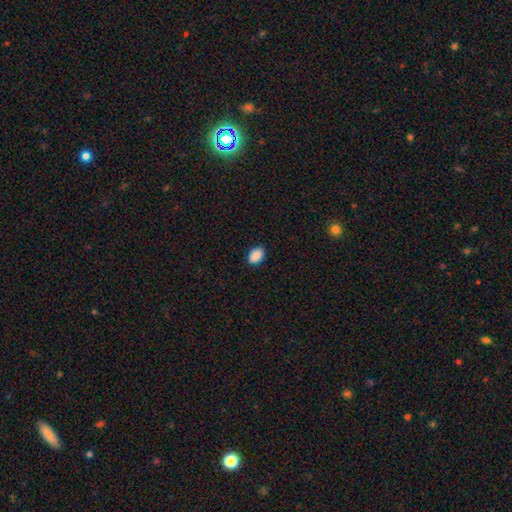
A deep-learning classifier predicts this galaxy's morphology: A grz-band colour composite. It shows a smooth galaxy with no disk features (90%) that is in between round and cigar-shaped (82%). Merging: none (89%).